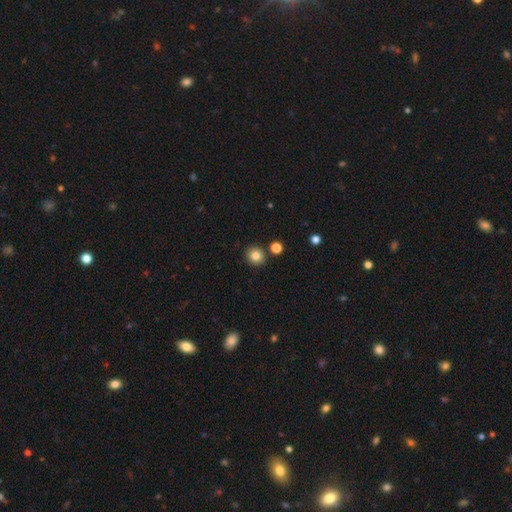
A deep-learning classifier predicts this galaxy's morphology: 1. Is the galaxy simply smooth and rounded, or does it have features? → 83% smooth, 11% star or artifact, 6% featured or disk.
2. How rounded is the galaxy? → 91% round, 8% in between, 1% cigar-shaped.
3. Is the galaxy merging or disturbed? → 86% none, 6% minor disturbance, 5% merger, 2% major disturbance.